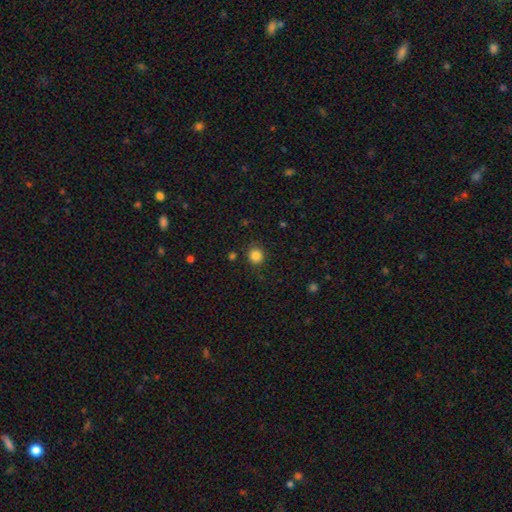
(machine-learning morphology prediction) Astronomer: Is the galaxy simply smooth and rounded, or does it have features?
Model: smooth — 84%.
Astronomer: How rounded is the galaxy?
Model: round — 88%.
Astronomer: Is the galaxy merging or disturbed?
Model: none — 86%.